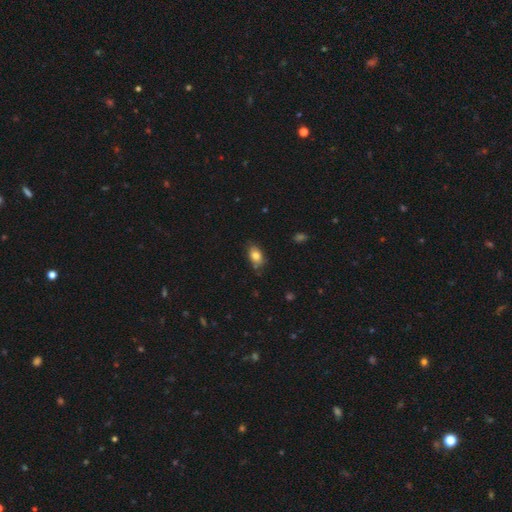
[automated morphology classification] smooth_or_featured: smooth (p=0.81) [alt: featured or disk p=0.10]
how_rounded: in between (p=0.87) [alt: round p=0.10]
merging: none (p=0.74) [alt: minor disturbance p=0.21]